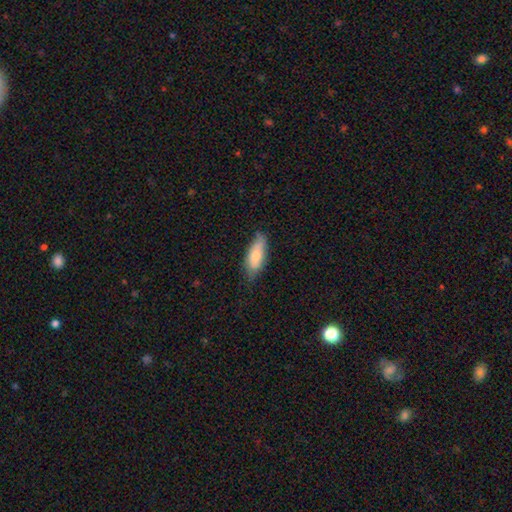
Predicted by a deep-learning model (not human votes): smooth-or-featured: smooth: 74% | featured or disk: 20% | star or artifact: 6%
  how-rounded: in between: 69% | cigar-shaped: 29% | round: 2%
  merging: none: 68% | minor disturbance: 26% | major disturbance: 5% | merger: 2%